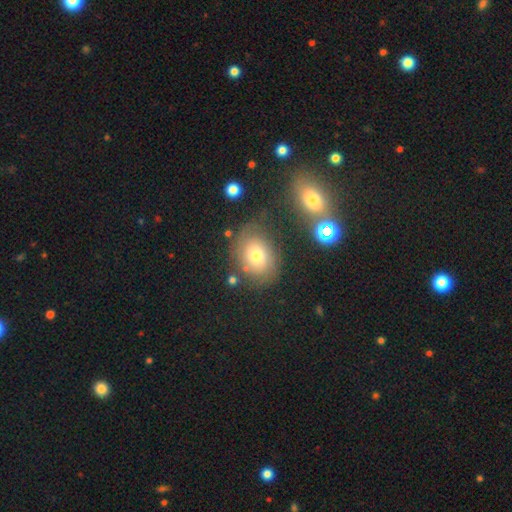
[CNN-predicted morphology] A smooth galaxy with no disk features (55%) that is in between round and cigar-shaped (60%).

Vote fractions:
- Smooth or featured? smooth: 55% / featured or disk: 30% / star or artifact: 15%
- How rounded? in between: 60% / round: 39% / cigar-shaped: 1%
- Merging? none: 70% / minor disturbance: 17% / major disturbance: 8% / merger: 5%